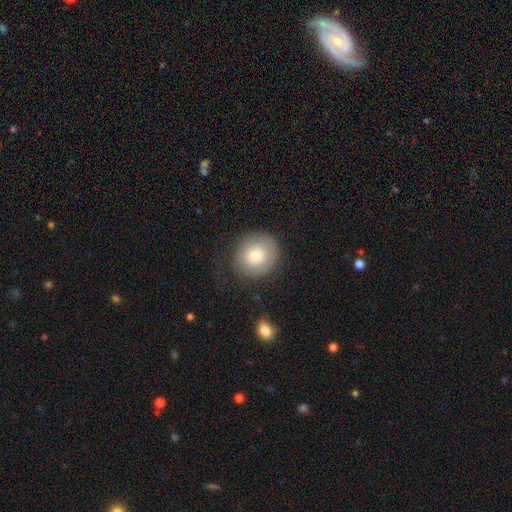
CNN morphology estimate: The model was most divided on "smooth or featured": smooth: 69%, featured or disk: 23%, star or artifact: 8%. More confident: how rounded — round (82%); merging — none (73%).